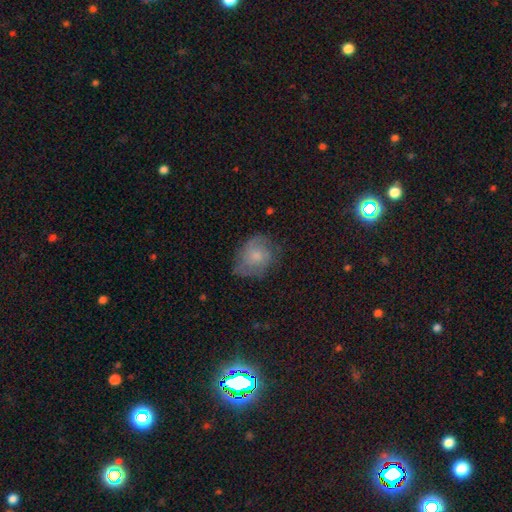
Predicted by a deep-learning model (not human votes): Smooth or featured? smooth (53%)
How rounded? round (52%)
Merging? none (55%)